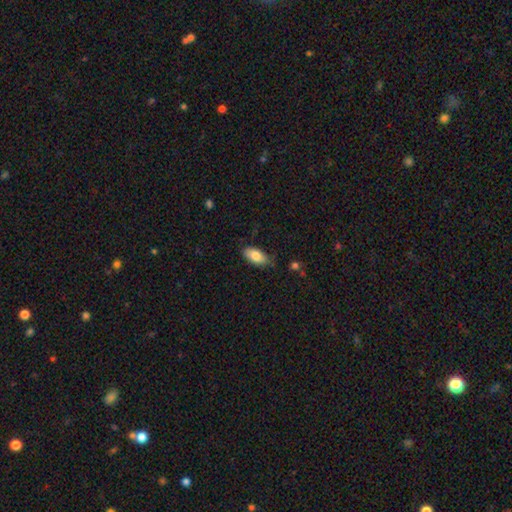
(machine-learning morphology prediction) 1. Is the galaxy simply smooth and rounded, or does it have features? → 81% smooth, 12% featured or disk, 7% star or artifact.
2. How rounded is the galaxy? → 91% in between, 6% cigar-shaped, 3% round.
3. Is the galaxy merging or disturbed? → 74% none, 21% minor disturbance, 4% major disturbance, 2% merger.